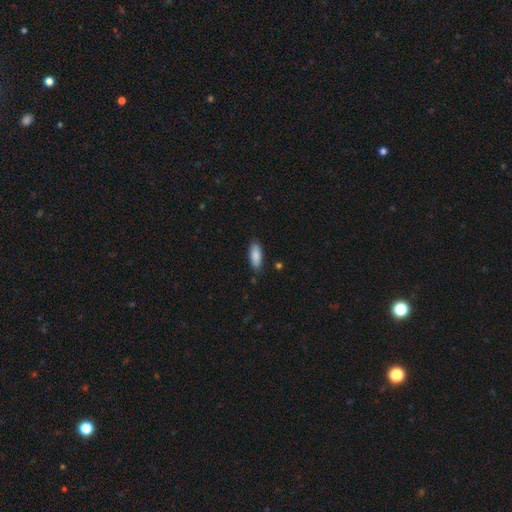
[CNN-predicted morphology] type=smooth (87%); roundness=in between (77%); merging=none (83%).